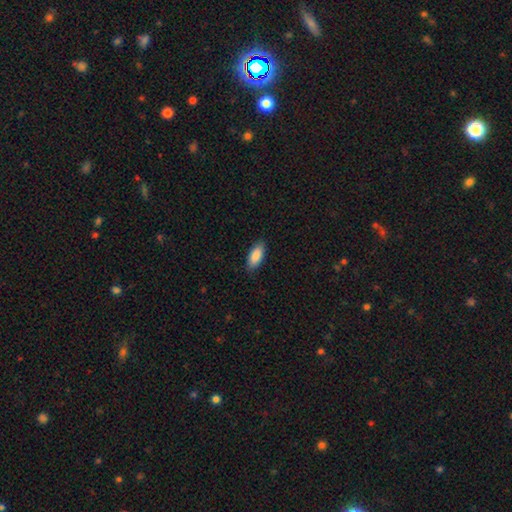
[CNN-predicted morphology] This is clearly a smooth galaxy (89%). How rounded: clearly in between (85%). Merging: clearly none (88%).